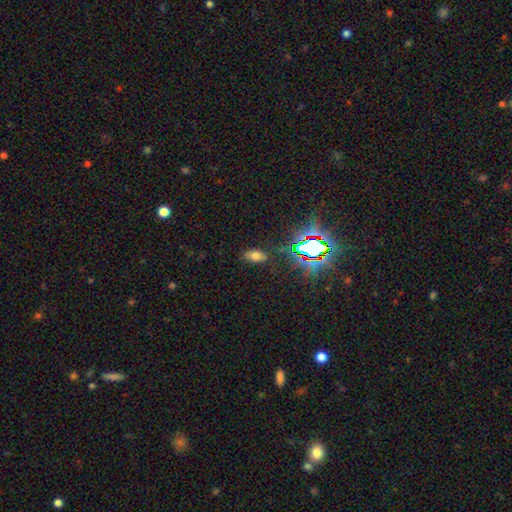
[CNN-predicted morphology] Smooth or featured: smooth — 64% (star or artifact — 25%)
How rounded: in between — 89% (round — 8%)
Merging: none — 81% (minor disturbance — 13%)